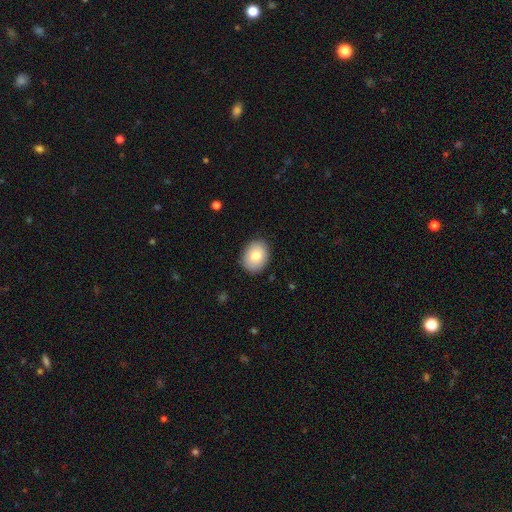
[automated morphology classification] The model was most divided on "how rounded": in between: 60%, round: 39%, cigar-shaped: 1%. More confident: merging — none (88%); smooth or featured — smooth (81%).